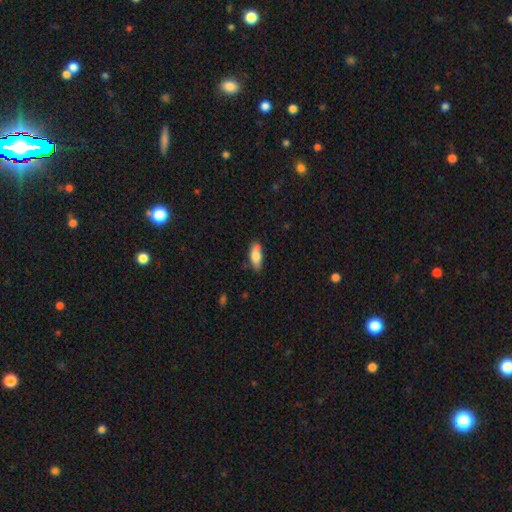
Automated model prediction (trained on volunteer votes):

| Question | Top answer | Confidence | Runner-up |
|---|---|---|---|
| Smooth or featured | smooth | 79% | featured or disk (15%) |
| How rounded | in between | 74% | cigar-shaped (24%) |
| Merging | none | 75% | minor disturbance (20%) |